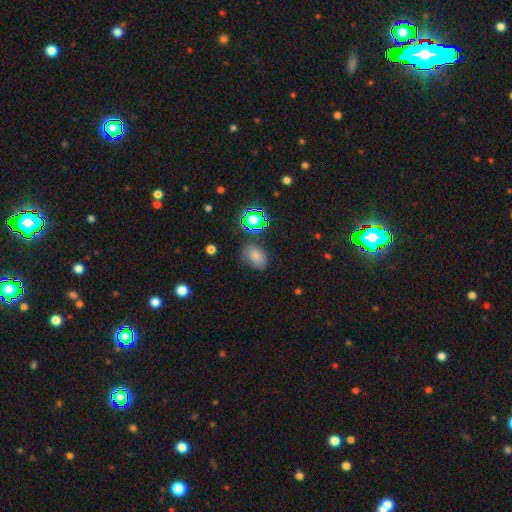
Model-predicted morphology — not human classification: Smooth or featured: smooth — 73% (star or artifact — 19%)
How rounded: in between — 78% (round — 20%)
Merging: none — 69% (minor disturbance — 20%)